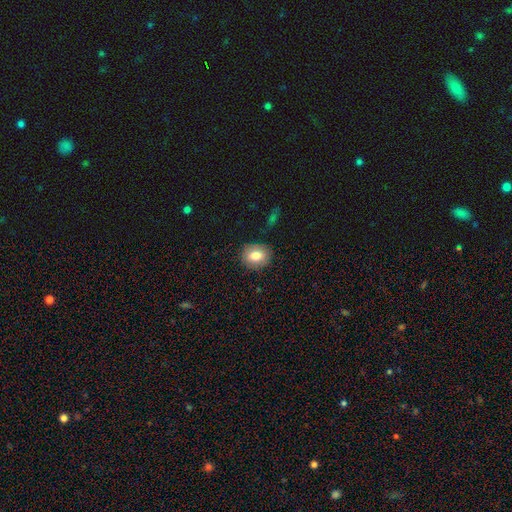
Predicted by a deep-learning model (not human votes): smooth-or-featured: smooth: 79% | featured or disk: 12% | star or artifact: 9%
  how-rounded: round: 52% | in between: 47% | cigar-shaped: 1%
  merging: none: 85% | minor disturbance: 11% | major disturbance: 3% | merger: 1%